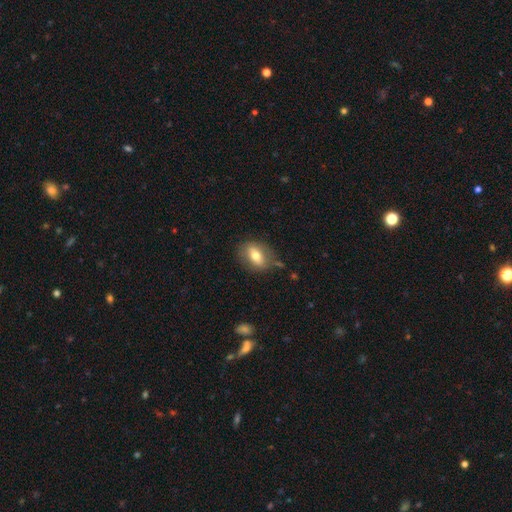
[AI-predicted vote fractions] Smooth or featured: smooth — 69% (featured or disk — 24%)
How rounded: in between — 78% (round — 19%)
Merging: none — 75% (minor disturbance — 17%)